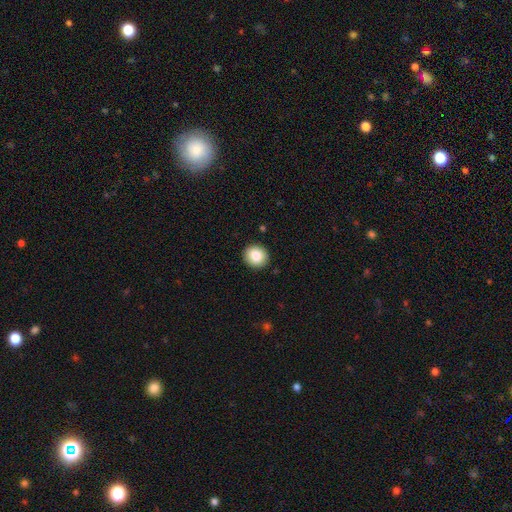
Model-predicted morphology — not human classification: type=smooth (85%); roundness=round (86%); merging=none (92%).